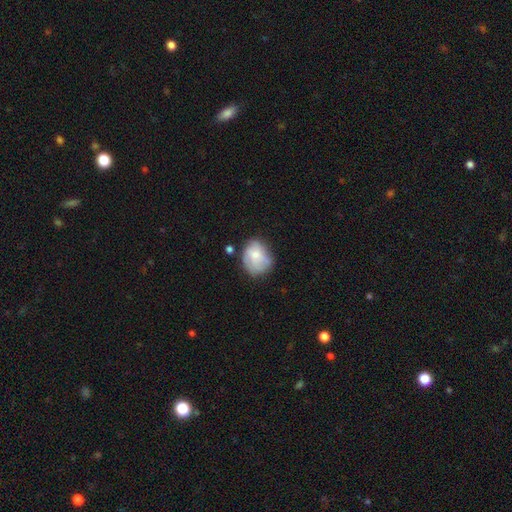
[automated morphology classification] Q: Smooth or featured?
A: smooth (61%); runner-up: featured or disk (32%)
Q: How rounded?
A: round (58%); runner-up: in between (41%)
Q: Merging?
A: none (50%); runner-up: minor disturbance (31%)